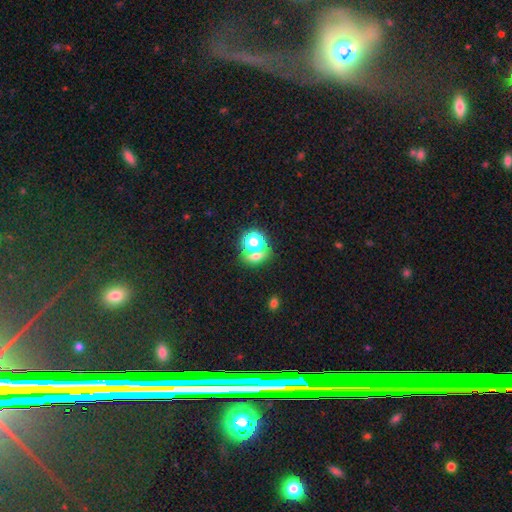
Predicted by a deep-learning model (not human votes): A smooth galaxy with no disk features (56%) that is round (63%). Merging: none (51%).